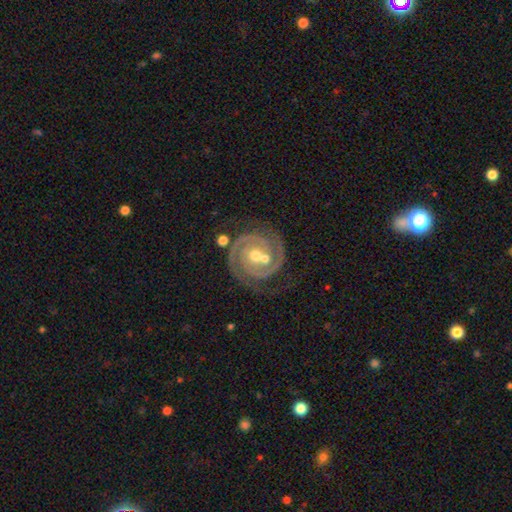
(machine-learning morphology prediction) The model was most divided on "bulge size": moderate: 65%, small: 30%, large: 3%, none: 1%, dominant: 1%. More confident: spiral arms — yes (98%); edge-on disk — no (98%); smooth or featured — featured or disk (92%); spiral arm count — 2 (90%); spiral winding — tight (76%); bar — no (70%); merging — none (68%).